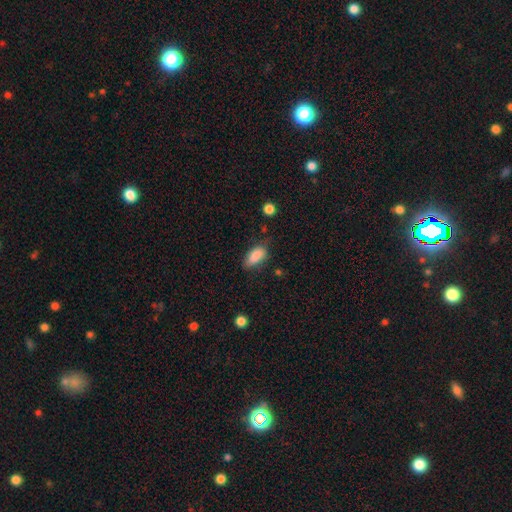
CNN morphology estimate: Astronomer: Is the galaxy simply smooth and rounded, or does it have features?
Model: smooth — 85%.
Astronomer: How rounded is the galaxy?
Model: in between — 88%.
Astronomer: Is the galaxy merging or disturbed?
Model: none — 64%.